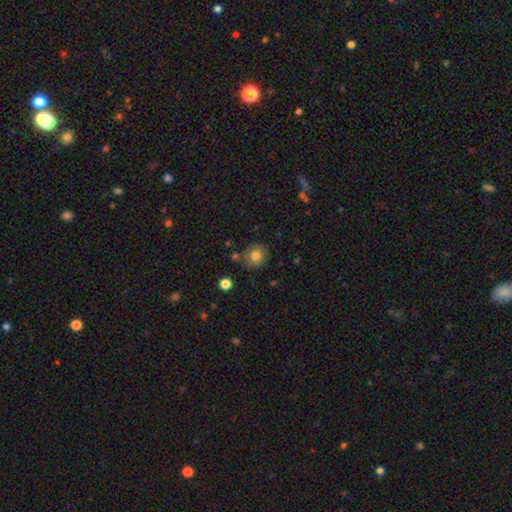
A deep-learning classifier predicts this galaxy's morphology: Smooth or featured? smooth (78%)
How rounded? round (81%)
Merging? none (77%)